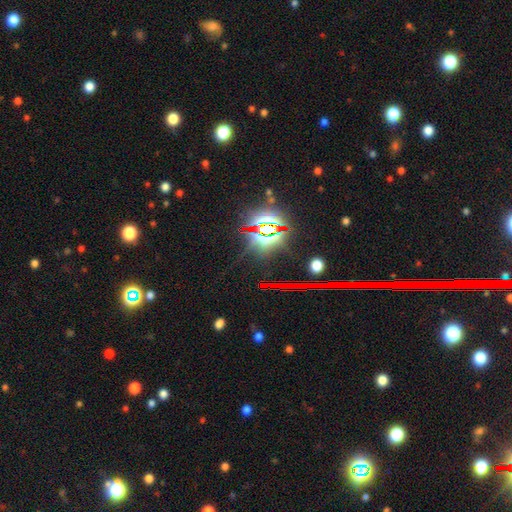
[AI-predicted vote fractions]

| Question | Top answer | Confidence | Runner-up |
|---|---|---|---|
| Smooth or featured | star or artifact | 83% | smooth (10%) |